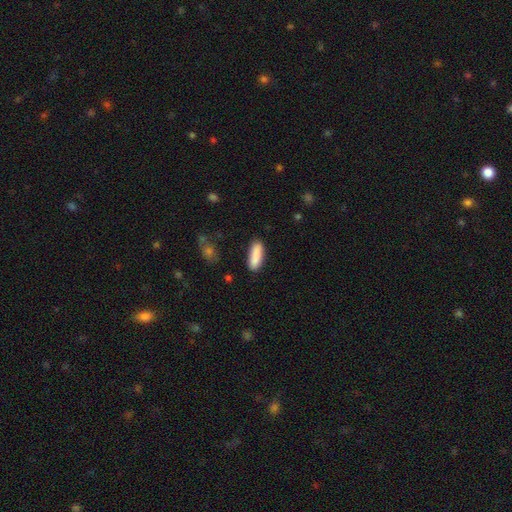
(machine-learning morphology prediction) Smooth or featured? Predicted: smooth (p=0.88). How rounded? Predicted: in between (p=0.54). Merging? Predicted: none (p=0.85).